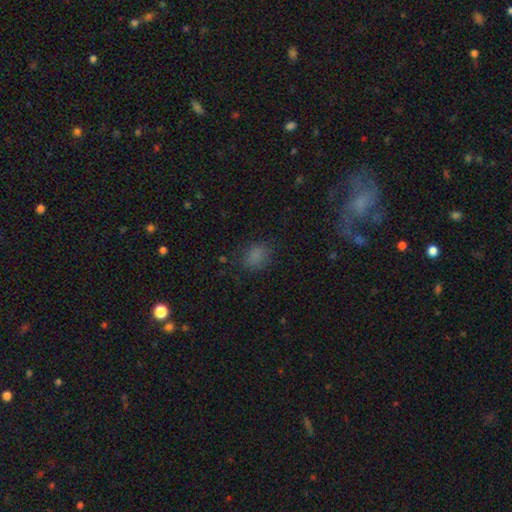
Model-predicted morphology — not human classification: smooth_or_featured: smooth (p=0.78) [alt: star or artifact p=0.16]
how_rounded: in between (p=0.55) [alt: round p=0.44]
merging: none (p=0.75) [alt: minor disturbance p=0.17]